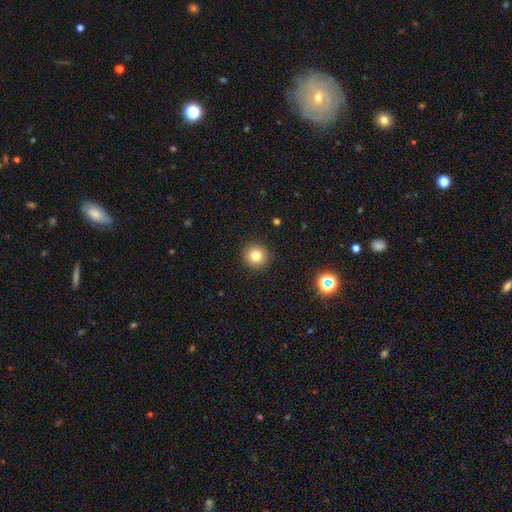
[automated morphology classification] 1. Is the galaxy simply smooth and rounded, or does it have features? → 81% smooth, 11% star or artifact, 8% featured or disk.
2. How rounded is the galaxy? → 93% round, 6% in between, 1% cigar-shaped.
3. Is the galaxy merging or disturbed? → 92% none, 5% minor disturbance, 2% major disturbance, 1% merger.